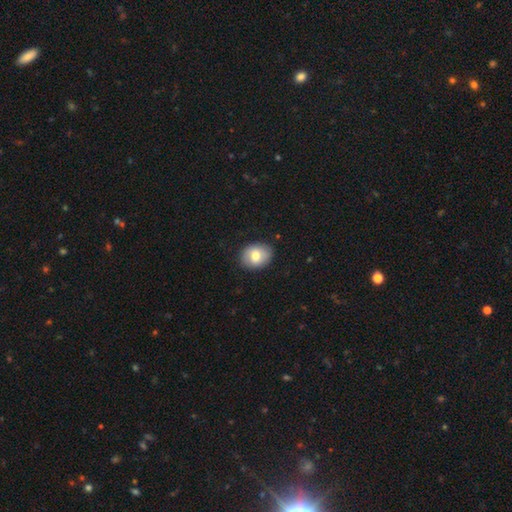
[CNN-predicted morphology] type=smooth (73%); roundness=in between (56%); merging=none (83%).